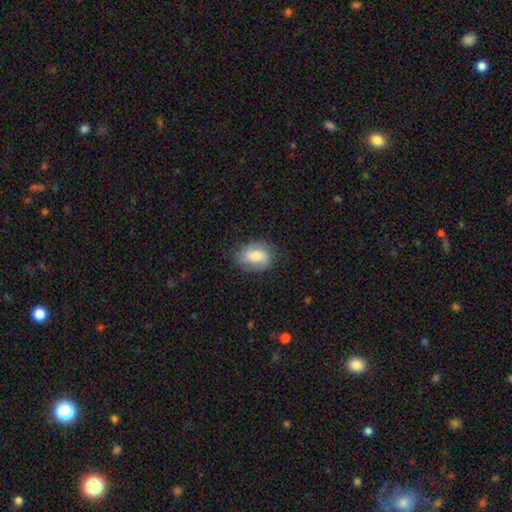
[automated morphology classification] smooth_or_featured: featured or disk (p=0.49) [alt: smooth p=0.44]
merging: none (p=0.75) [alt: minor disturbance p=0.17]